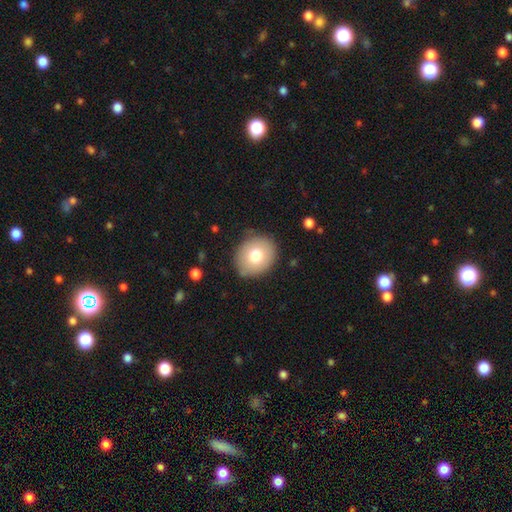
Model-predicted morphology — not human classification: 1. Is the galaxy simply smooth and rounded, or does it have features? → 74% smooth, 18% featured or disk, 8% star or artifact.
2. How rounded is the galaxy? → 71% round, 28% in between, 1% cigar-shaped.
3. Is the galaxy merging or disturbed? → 84% none, 11% minor disturbance, 3% major disturbance, 1% merger.